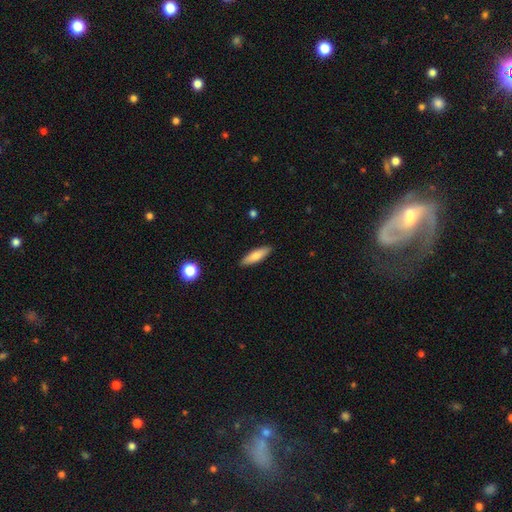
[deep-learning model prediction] smooth_or_featured: smooth (p=0.76) [alt: featured or disk p=0.18]
how_rounded: cigar-shaped (p=0.59) [alt: in between p=0.39]
merging: none (p=0.89) [alt: minor disturbance p=0.08]